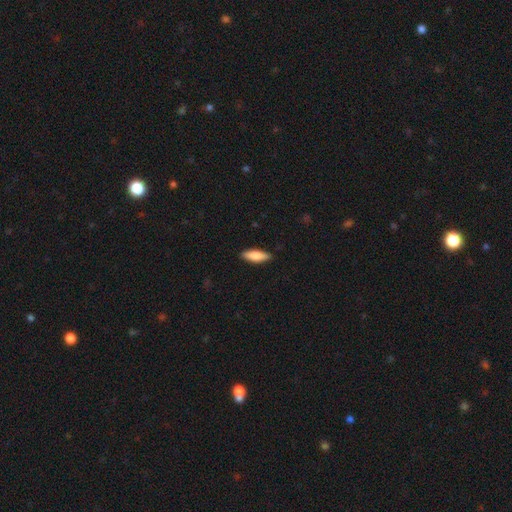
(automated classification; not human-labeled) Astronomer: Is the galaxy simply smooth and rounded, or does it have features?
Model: smooth — 79%.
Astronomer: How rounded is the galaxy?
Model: in between — 53% (runner-up: cigar-shaped, 45%).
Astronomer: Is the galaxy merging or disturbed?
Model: none — 87%.